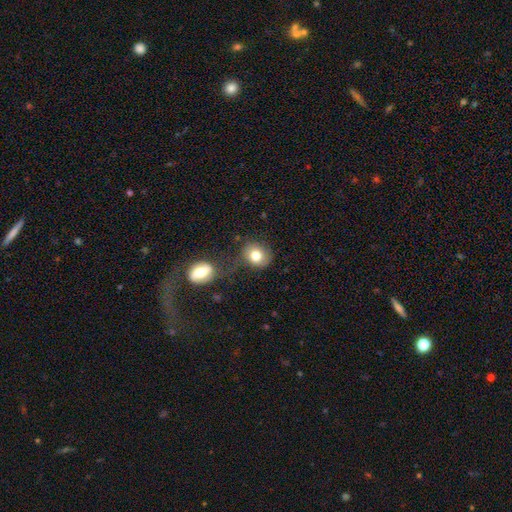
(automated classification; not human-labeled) Smooth or featured: smooth — 79% (featured or disk — 12%)
How rounded: round — 67% (in between — 32%)
Merging: none — 63% (minor disturbance — 17%)